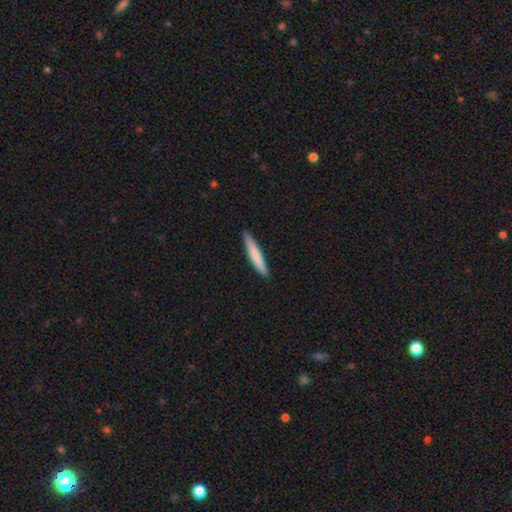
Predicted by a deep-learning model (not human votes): Q: Smooth or featured?
A: smooth (74%); runner-up: featured or disk (21%)
Q: How rounded?
A: cigar-shaped (95%); runner-up: in between (4%)
Q: Merging?
A: none (90%); runner-up: minor disturbance (8%)